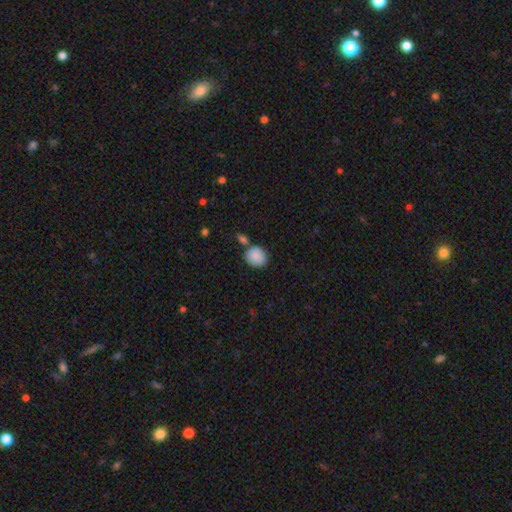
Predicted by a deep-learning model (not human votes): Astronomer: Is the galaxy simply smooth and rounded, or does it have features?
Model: smooth — 88%.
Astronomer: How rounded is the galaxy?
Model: round — 82%.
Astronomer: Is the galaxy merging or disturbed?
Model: none — 64%.